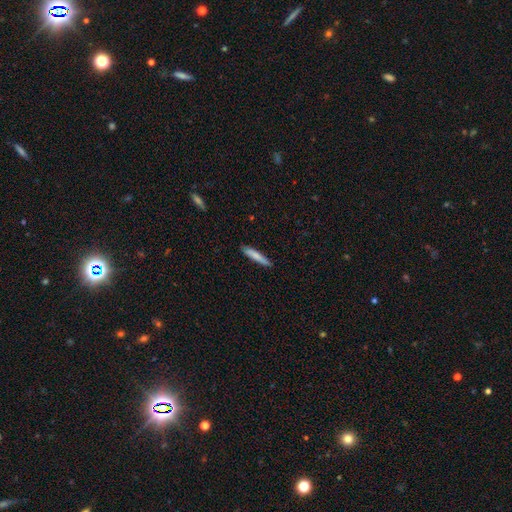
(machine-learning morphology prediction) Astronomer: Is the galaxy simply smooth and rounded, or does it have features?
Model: smooth — 77%.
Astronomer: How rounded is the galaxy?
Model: cigar-shaped — 91%.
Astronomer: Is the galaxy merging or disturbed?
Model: none — 86%.